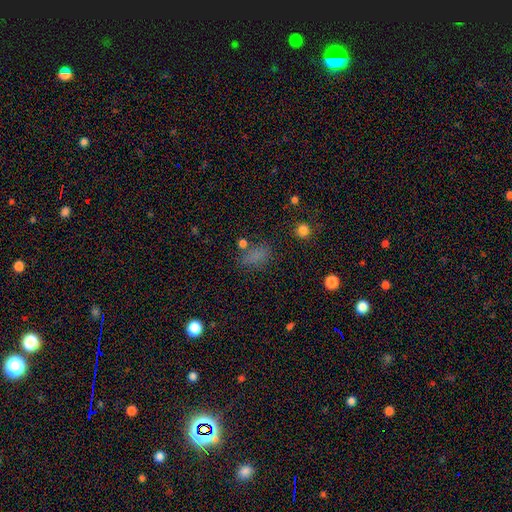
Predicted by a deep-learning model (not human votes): smooth-or-featured: smooth: 70% | star or artifact: 22% | featured or disk: 7%
  how-rounded: in between: 78% | round: 18% | cigar-shaped: 5%
  merging: none: 67% | minor disturbance: 18% | major disturbance: 9% | merger: 7%